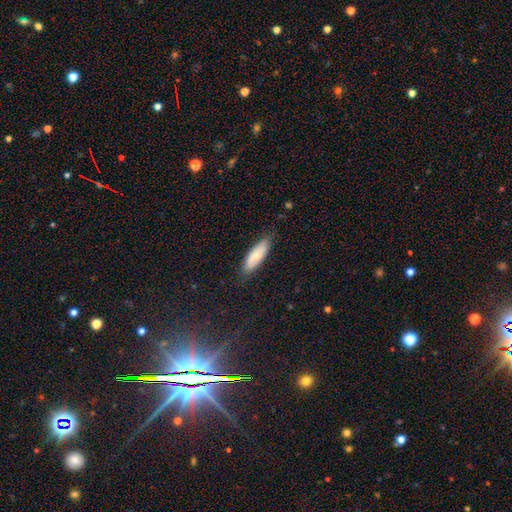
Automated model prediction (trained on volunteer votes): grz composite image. It shows a smooth galaxy with no disk features (67%) that is in between round and cigar-shaped (63%). Merging: none (82%).